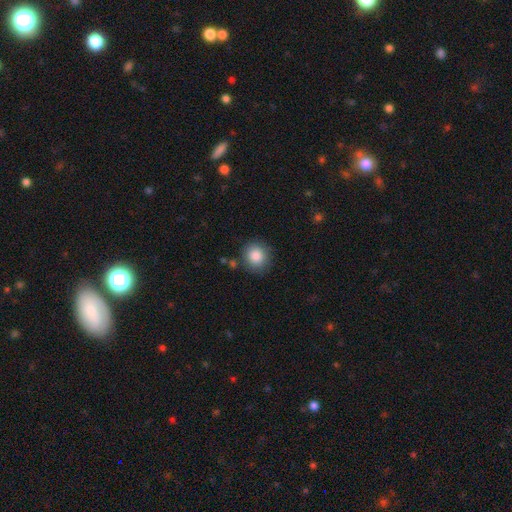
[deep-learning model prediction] This appears to be a smooth galaxy with no disk features (86%) that is round (88%). Merging: none (84%).